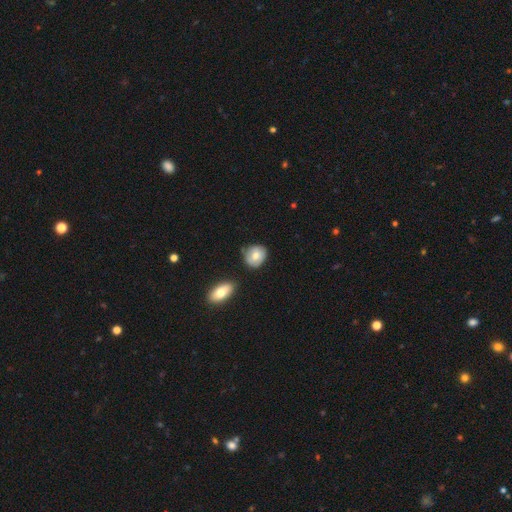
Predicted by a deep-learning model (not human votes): Overall: smooth (73%). How rounded: round (74%). Merging: none (66%).